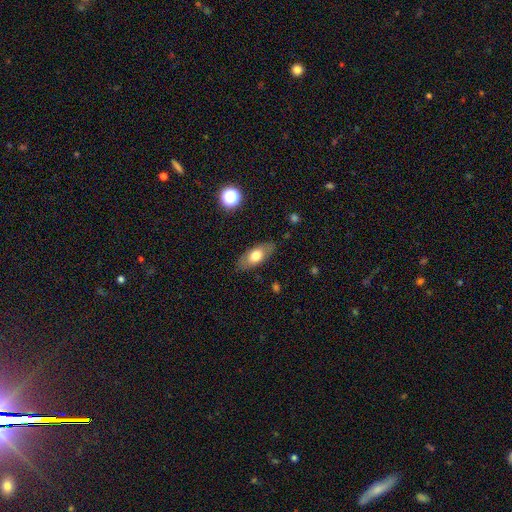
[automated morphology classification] This is likely a smooth galaxy (68%). How rounded: clearly in between (83%). Merging: clearly none (83%).